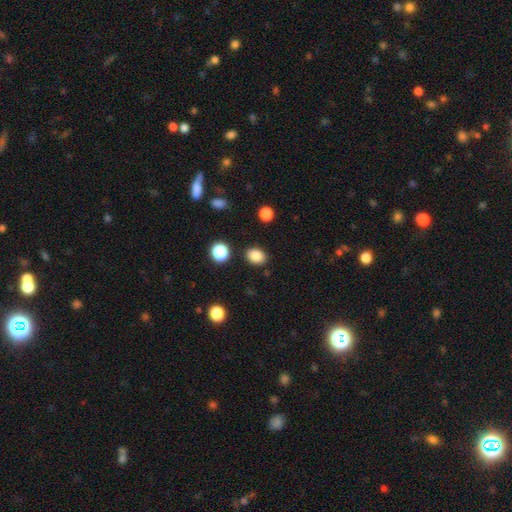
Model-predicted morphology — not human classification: Smooth or featured: smooth — 85% (star or artifact — 10%)
How rounded: in between — 62% (round — 37%)
Merging: none — 86% (minor disturbance — 9%)